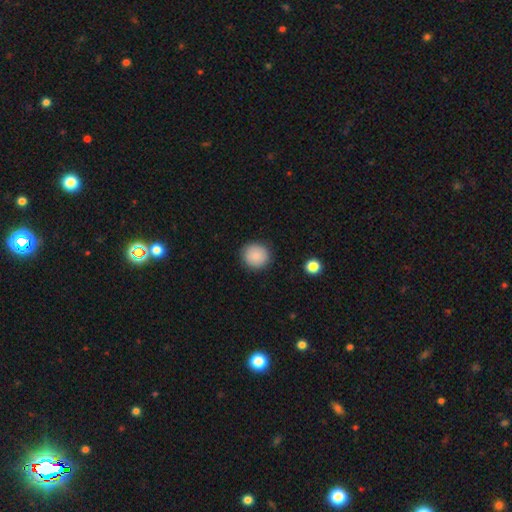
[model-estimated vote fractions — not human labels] This is clearly a smooth galaxy (87%). How rounded: clearly round (91%). Merging: clearly none (90%).